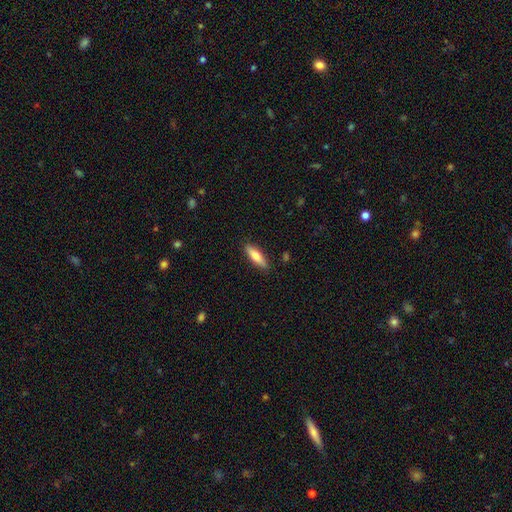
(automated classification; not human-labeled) This is likely a smooth galaxy (71%). How rounded: possibly cigar-shaped (57%). Merging: clearly none (87%).